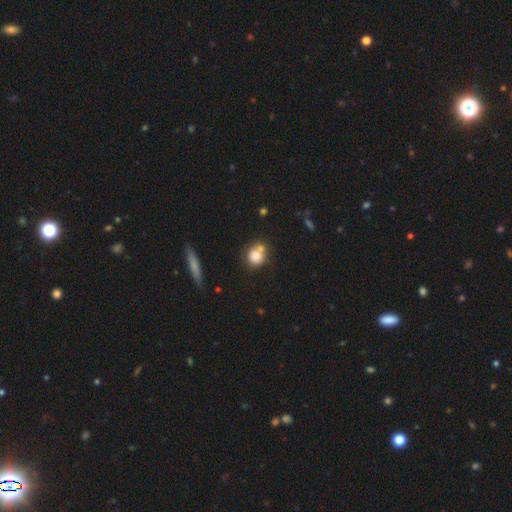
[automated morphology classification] Overall: smooth (76%). How rounded: round (76%). Merging: none (49%; merger 34%).